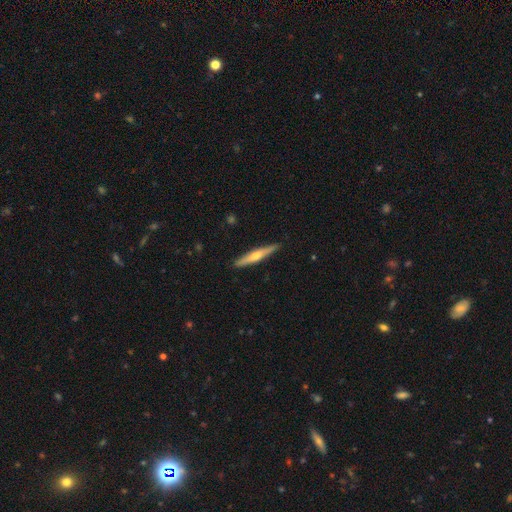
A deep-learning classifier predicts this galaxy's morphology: This appears to be a featured or disk galaxy (56%) viewed edge-on (96%) with a rounded central bulge (85%). Merging: none (90%).